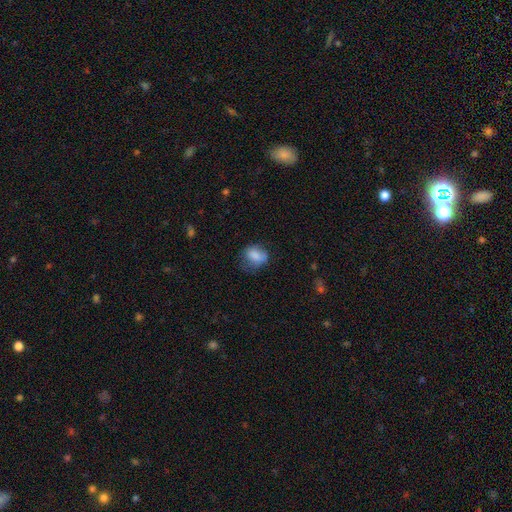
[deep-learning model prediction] Smooth or featured? Predicted: smooth (p=0.80). How rounded? Predicted: in between (p=0.60). Merging? Predicted: none (p=0.47).